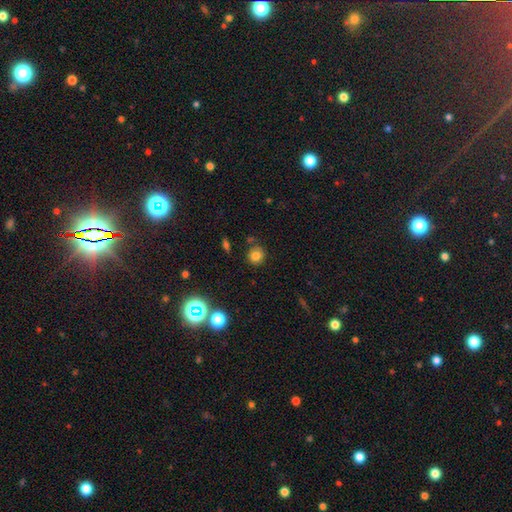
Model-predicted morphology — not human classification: A smooth galaxy with no disk features (78%) that is round (86%).

Vote fractions:
- Smooth or featured? smooth: 78% / star or artifact: 15% / featured or disk: 7%
- How rounded? round: 86% / in between: 13% / cigar-shaped: 1%
- Merging? none: 78% / minor disturbance: 13% / merger: 6% / major disturbance: 3%